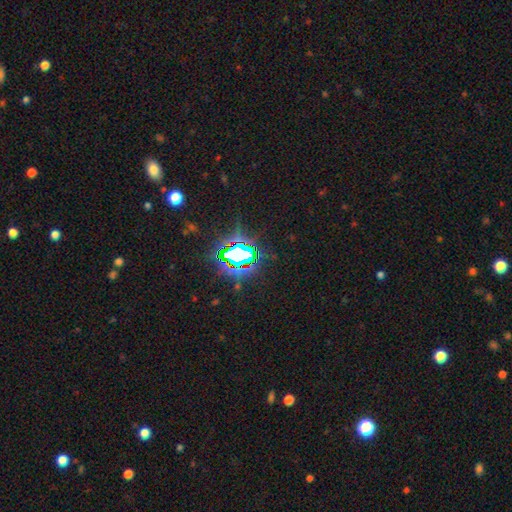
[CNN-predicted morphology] Smooth or featured? Predicted: star or artifact (p=0.78).